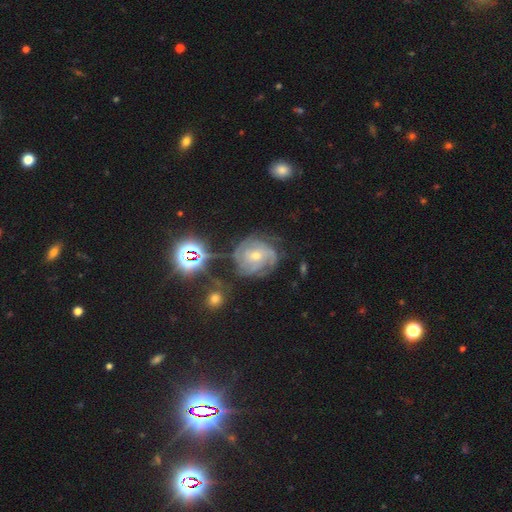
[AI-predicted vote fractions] This appears to be a featured or disk galaxy (80%) with no bar (67%), 3 (37%) tight (67%) spiral arms (96%) and a small central bulge (50%). Merging: none (66%).